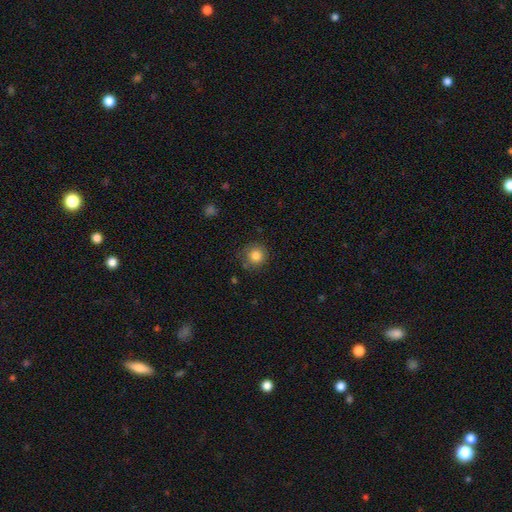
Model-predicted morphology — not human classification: smooth-or-featured: smooth: 84% | star or artifact: 10% | featured or disk: 6%
  how-rounded: round: 93% | in between: 6% | cigar-shaped: 1%
  merging: none: 81% | minor disturbance: 13% | major disturbance: 4% | merger: 2%